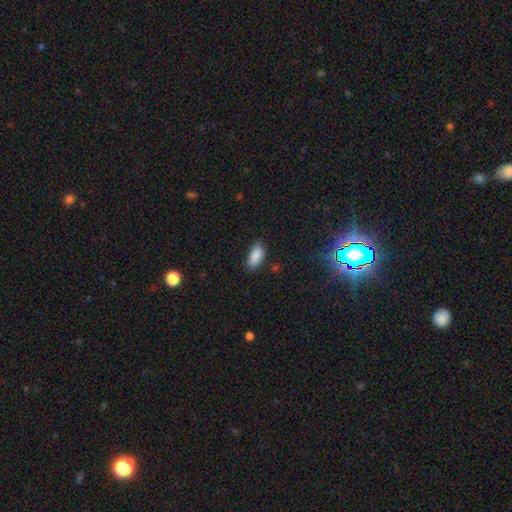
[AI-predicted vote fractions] Smooth or featured: smooth — 88% (star or artifact — 8%)
How rounded: in between — 85% (cigar-shaped — 13%)
Merging: none — 84% (minor disturbance — 12%)